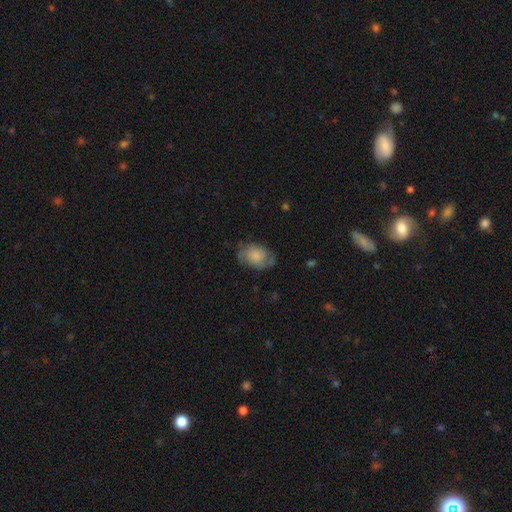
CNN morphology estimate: Overall: smooth (69%). How rounded: in between (83%). Merging: none (61%; minor disturbance 27%).